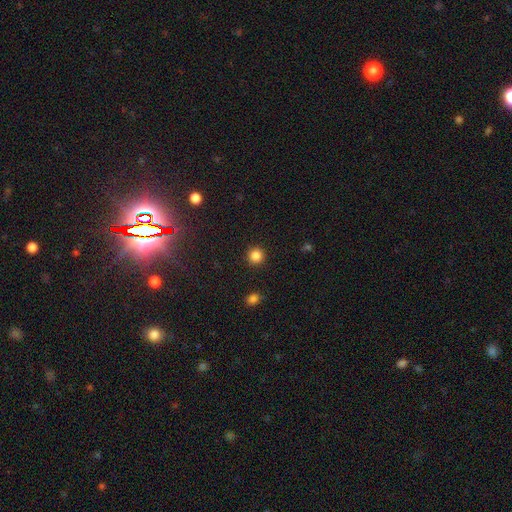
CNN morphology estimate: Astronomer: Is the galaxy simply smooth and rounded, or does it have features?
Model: smooth — 85%.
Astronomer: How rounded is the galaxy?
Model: round — 95%.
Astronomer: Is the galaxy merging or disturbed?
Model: none — 92%.